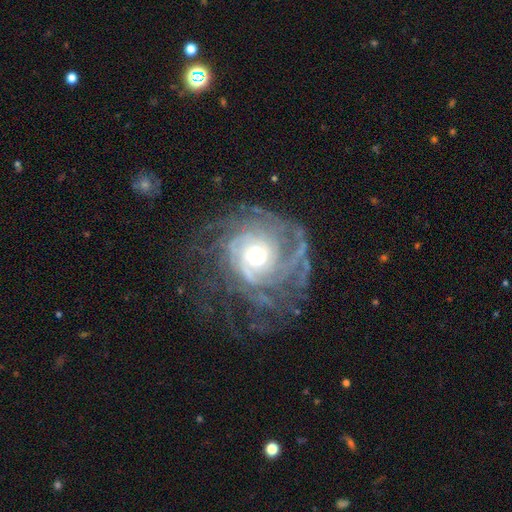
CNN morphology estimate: Smooth or featured?
  - featured or disk: 87% *
  - star or artifact: 7%
  - smooth: 6%
Edge-on disk?
  - no: 97% *
  - yes: 3%
Bar?
  - no: 74% *
  - weak: 20%
  - strong: 6%
Spiral arms?
  - yes: 96% *
  - no: 4%
Spiral winding?
  - tight: 68% *
  - medium: 24%
  - loose: 8%
Spiral arm count?
  - can't tell: 33% *
  - 4: 15%
  - more than 4: 15%
  - 2: 14%
  - 3: 14%
  - 1: 9%
Bulge size?
  - moderate: 44% *
  - small: 32%
  - large: 20%
  - dominant: 3%
  - none: 2%
Merging?
  - none: 61% *
  - major disturbance: 20%
  - minor disturbance: 16%
  - merger: 2%